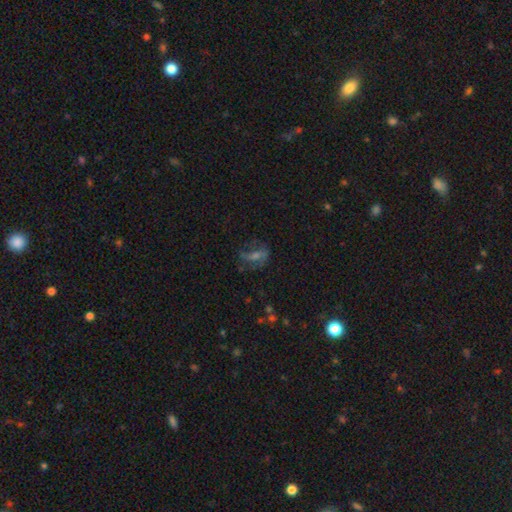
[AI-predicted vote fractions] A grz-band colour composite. It shows a featured or disk galaxy (53%). Merging: none (58%).